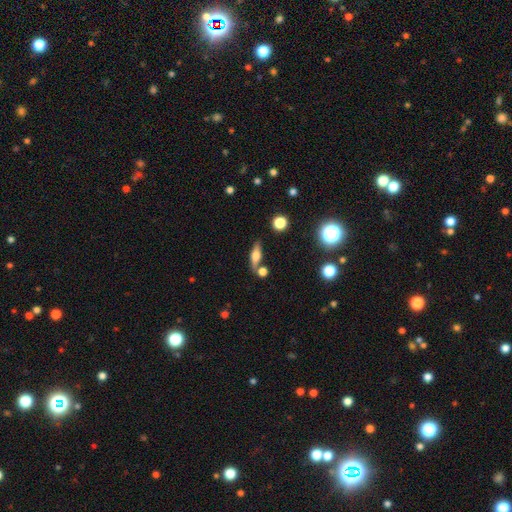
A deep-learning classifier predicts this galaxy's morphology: This appears to be a smooth galaxy with no disk features (45%). Merging: none (73%).